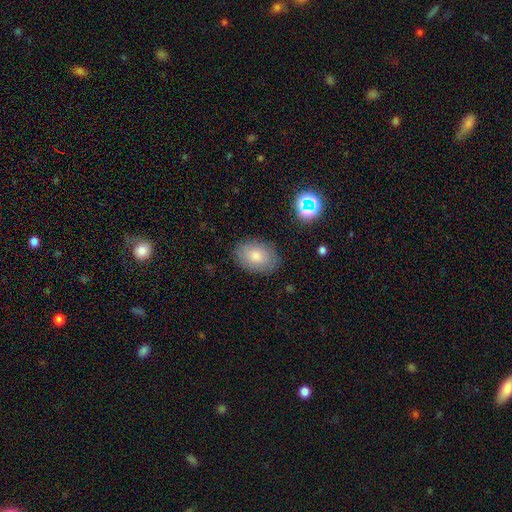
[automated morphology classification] smooth_or_featured: smooth (p=0.75) [alt: featured or disk p=0.14]
how_rounded: in between (p=0.80) [alt: round p=0.19]
merging: none (p=0.84) [alt: minor disturbance p=0.11]